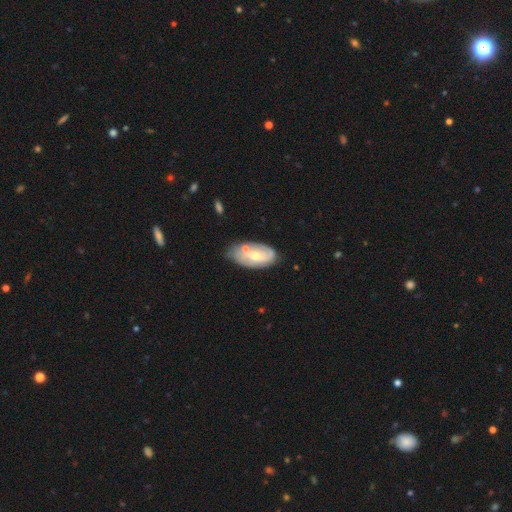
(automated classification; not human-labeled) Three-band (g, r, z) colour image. It shows a featured or disk galaxy (57%) with no bar (58%), spiral arms (71%) and a moderate central bulge (51%). Merging: none (59%).